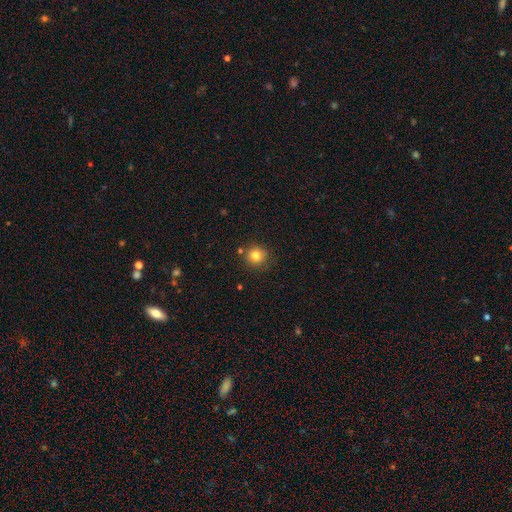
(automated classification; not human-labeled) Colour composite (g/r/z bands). It shows a smooth galaxy with no disk features (80%) that is round (92%). Merging: none (81%).